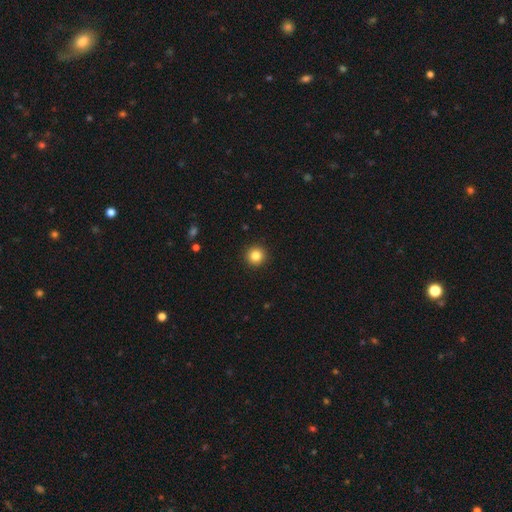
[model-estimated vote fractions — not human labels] smooth_or_featured: smooth (p=0.84) [alt: star or artifact p=0.10]
how_rounded: round (p=0.96) [alt: in between p=0.04]
merging: none (p=0.93) [alt: minor disturbance p=0.04]